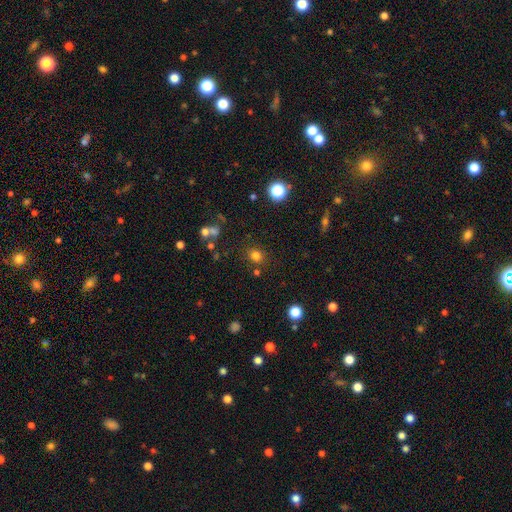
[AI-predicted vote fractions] Morphology: type=smooth (77%); roundness=round (79%); merging=none (81%).